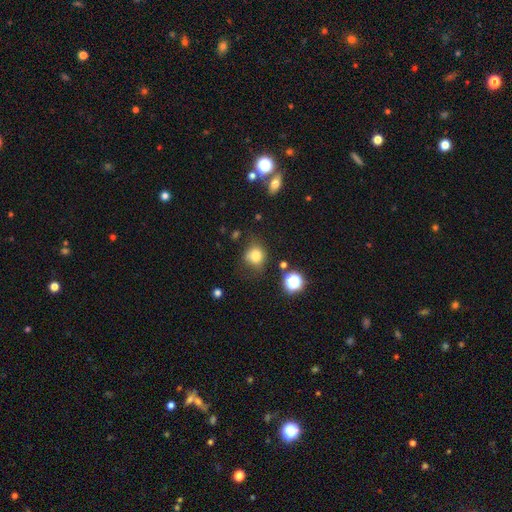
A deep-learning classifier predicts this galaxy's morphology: Q: Smooth or featured?
A: smooth (76%); runner-up: star or artifact (14%)
Q: How rounded?
A: round (73%); runner-up: in between (26%)
Q: Merging?
A: none (63%); runner-up: minor disturbance (24%)